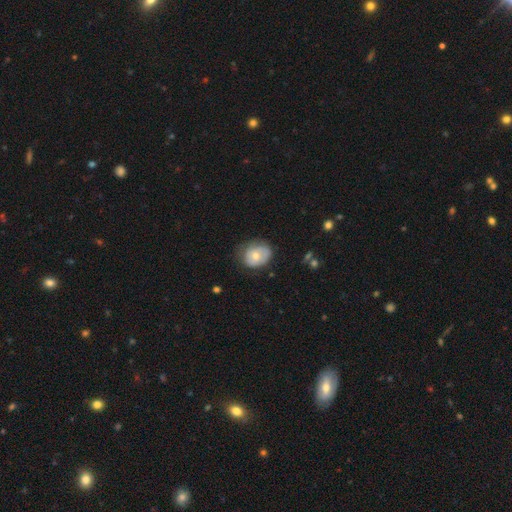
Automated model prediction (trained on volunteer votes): smooth-or-featured: smooth: 64% | featured or disk: 28% | star or artifact: 8%
  how-rounded: round: 58% | in between: 41% | cigar-shaped: 1%
  merging: none: 56% | minor disturbance: 31% | major disturbance: 11% | merger: 2%